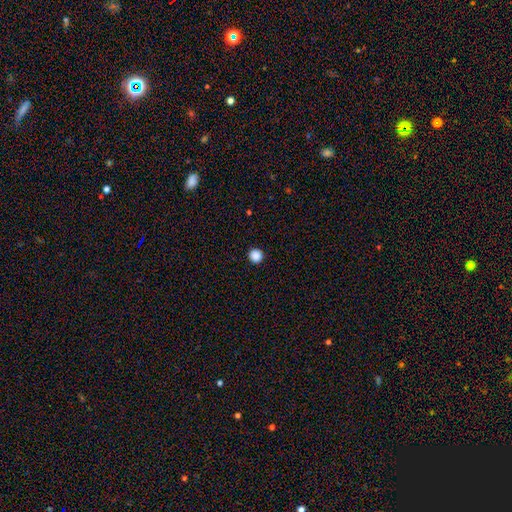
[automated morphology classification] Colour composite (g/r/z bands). It shows a smooth galaxy with no disk features (88%) that is round (96%). Merging: none (93%).